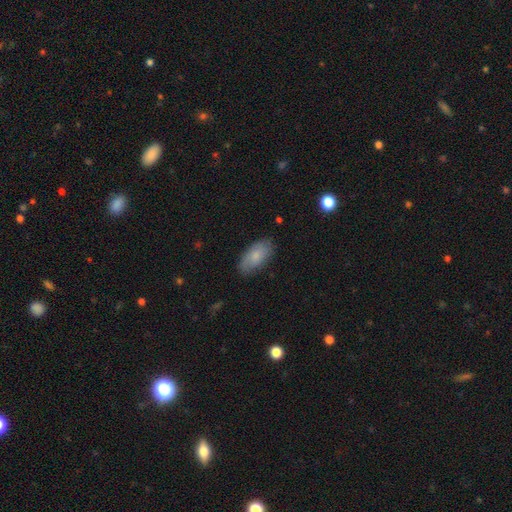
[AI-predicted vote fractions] This is likely a smooth galaxy (77%). How rounded: clearly in between (93%). Merging: likely none (78%).